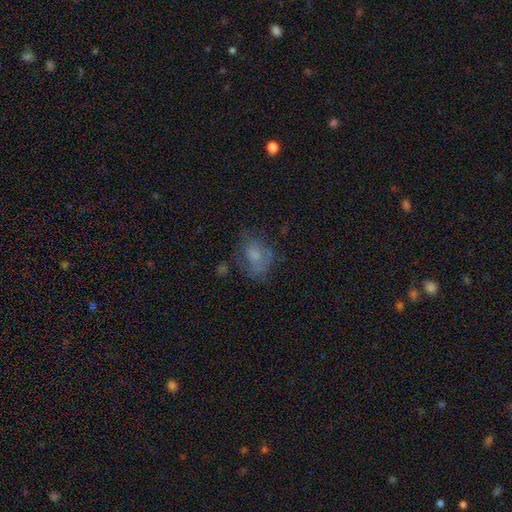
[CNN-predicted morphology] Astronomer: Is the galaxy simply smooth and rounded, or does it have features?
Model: smooth — 54% (runner-up: featured or disk, 32%).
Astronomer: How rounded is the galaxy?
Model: in between — 54% (runner-up: round, 45%).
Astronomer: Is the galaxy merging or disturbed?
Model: none — 50%.